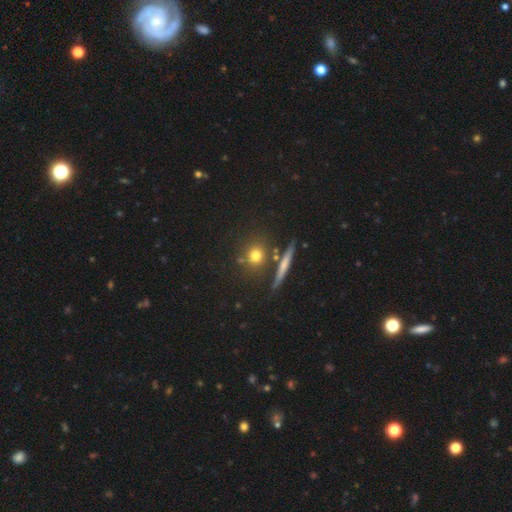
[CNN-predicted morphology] This is likely a smooth galaxy (73%). How rounded: clearly round (83%). Merging: likely none (78%).